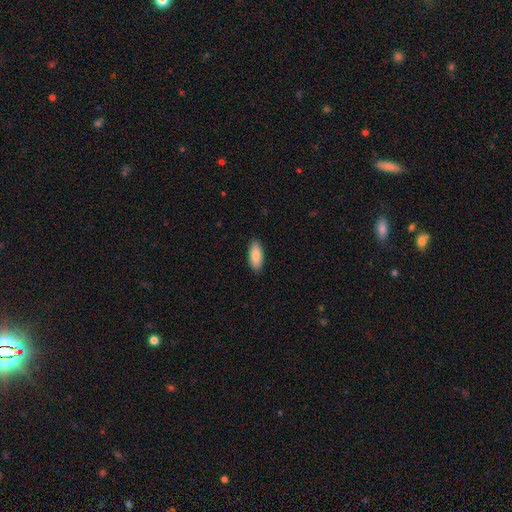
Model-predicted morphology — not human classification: smooth_or_featured: smooth (p=0.83) [alt: featured or disk p=0.11]
how_rounded: in between (p=0.84) [alt: cigar-shaped p=0.14]
merging: none (p=0.88) [alt: minor disturbance p=0.09]